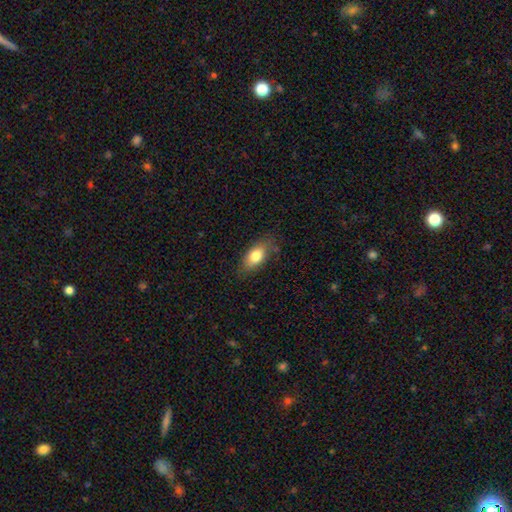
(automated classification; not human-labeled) smooth-or-featured: smooth: 78% | featured or disk: 14% | star or artifact: 8%
  how-rounded: in between: 86% | cigar-shaped: 7% | round: 6%
  merging: none: 74% | minor disturbance: 20% | major disturbance: 5% | merger: 1%